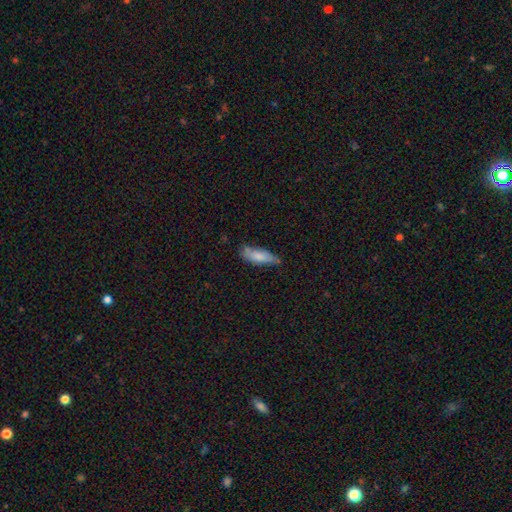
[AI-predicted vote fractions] Morphology: type=smooth (70%); roundness=cigar-shaped (50%); merging=none (64%).